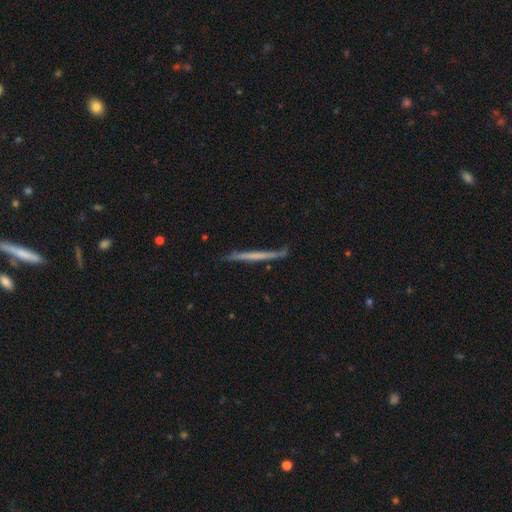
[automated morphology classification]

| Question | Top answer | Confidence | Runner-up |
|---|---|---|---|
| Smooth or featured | featured or disk | 54% | smooth (40%) |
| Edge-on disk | yes | 95% | no (5%) |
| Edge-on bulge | none | 87% | rounded (8%) |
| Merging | none | 79% | minor disturbance (16%) |